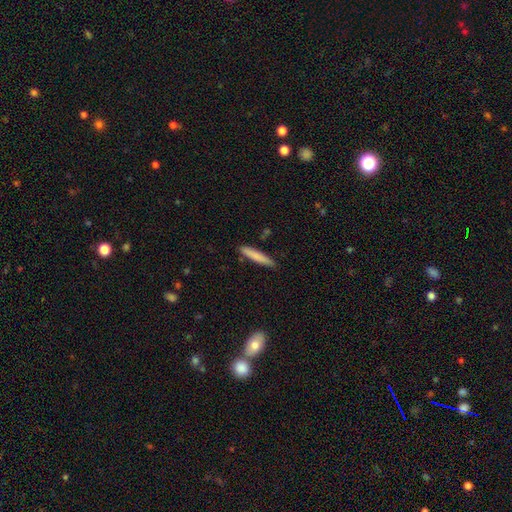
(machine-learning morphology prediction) Q: Smooth or featured?
A: smooth (80%); runner-up: featured or disk (15%)
Q: How rounded?
A: cigar-shaped (92%); runner-up: in between (6%)
Q: Merging?
A: none (87%); runner-up: minor disturbance (10%)